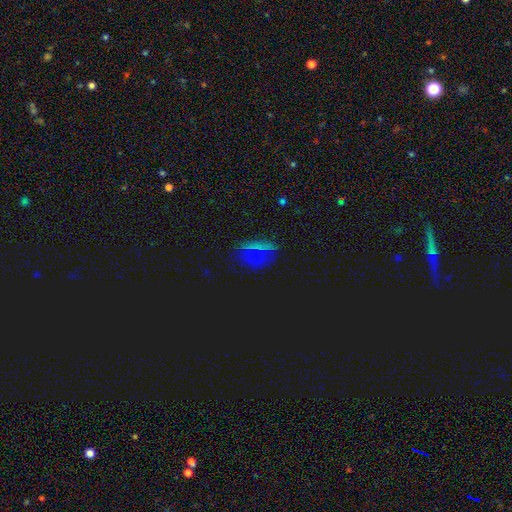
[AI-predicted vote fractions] This appears to be a star or artifact, not a galaxy (52%).